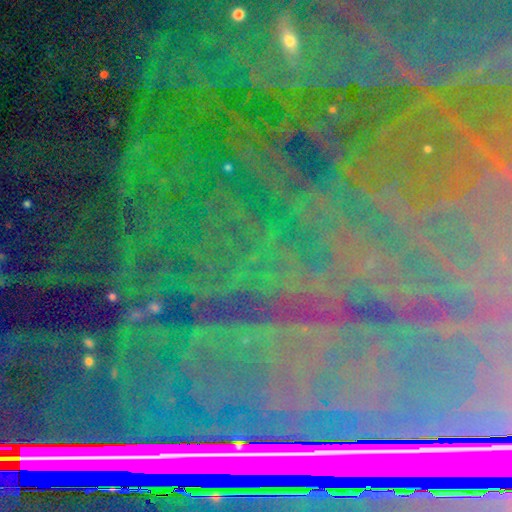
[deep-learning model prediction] A star or artifact, not a galaxy (87%).

Vote fractions:
- Smooth or featured? star or artifact: 87% / featured or disk: 8% / smooth: 5%